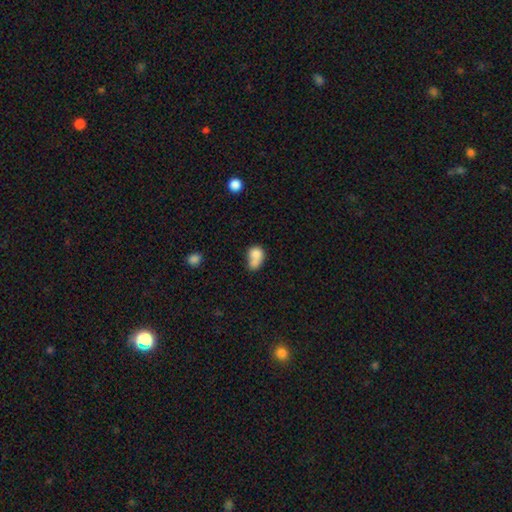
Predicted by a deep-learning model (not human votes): smooth 76%, featured or disk 15%, star or artifact 9%. Down the decision tree: how rounded — in between (53%); merging — merger (61%).